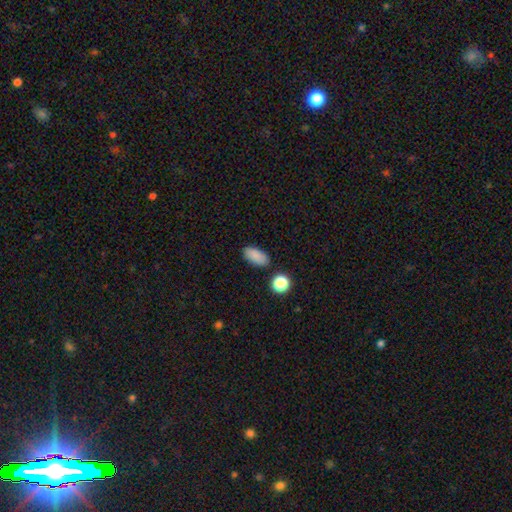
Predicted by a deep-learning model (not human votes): Overall: smooth (87%). How rounded: in between (90%). Merging: none (86%).